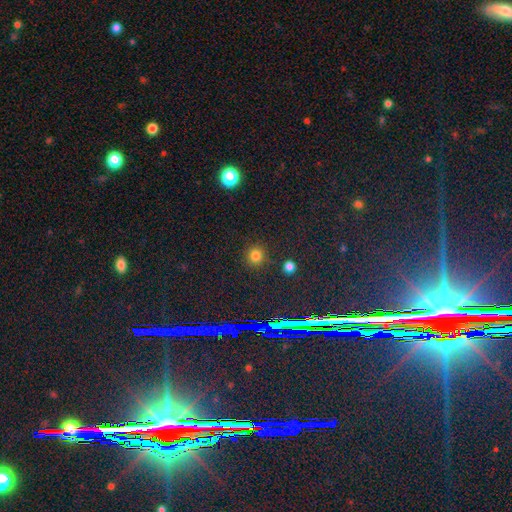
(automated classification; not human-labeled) Smooth or featured? Predicted: smooth (p=0.77). How rounded? Predicted: round (p=0.89). Merging? Predicted: none (p=0.86).